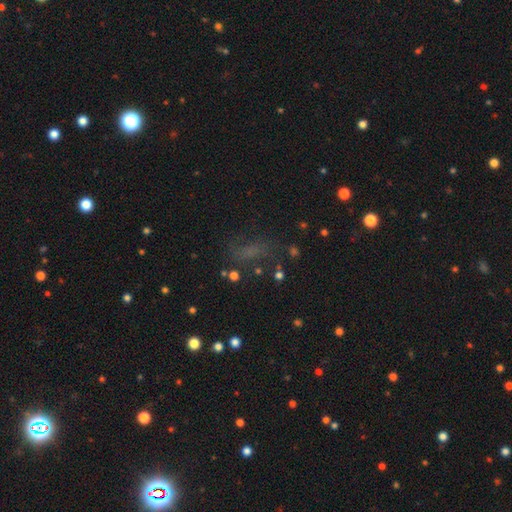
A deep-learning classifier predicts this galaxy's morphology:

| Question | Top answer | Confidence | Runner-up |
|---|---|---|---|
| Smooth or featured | smooth | 41% | star or artifact (37%) |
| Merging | none | 59% | minor disturbance (18%) |